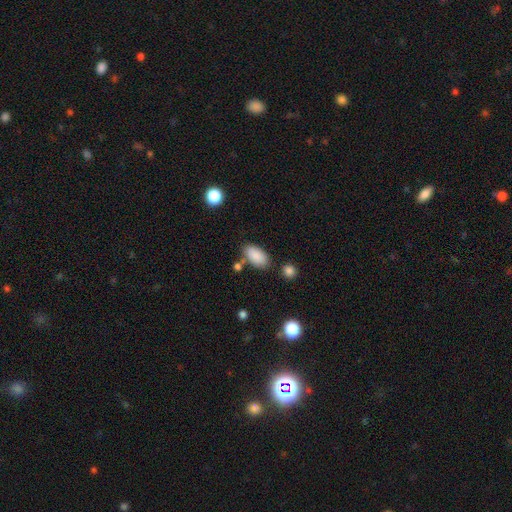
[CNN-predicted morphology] The model was most divided on "merging": none: 73%, minor disturbance: 14%, merger: 9%, major disturbance: 4%. More confident: how rounded — in between (94%); smooth or featured — smooth (88%).